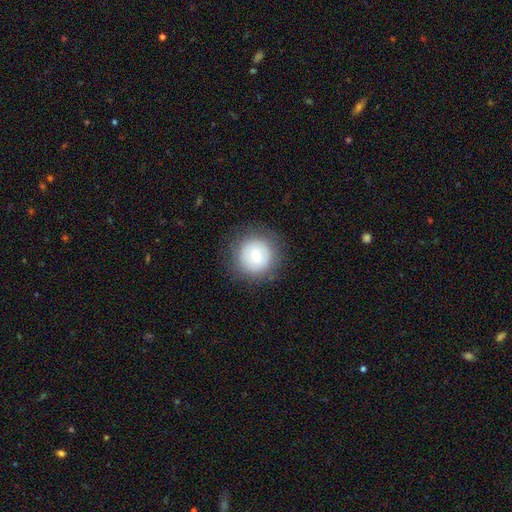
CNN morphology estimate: A smooth galaxy with no disk features (75%) that is round (94%).

Vote fractions:
- Smooth or featured? smooth: 75% / featured or disk: 17% / star or artifact: 9%
- How rounded? round: 94% / in between: 5% / cigar-shaped: 1%
- Merging? none: 83% / minor disturbance: 11% / major disturbance: 5% / merger: 1%